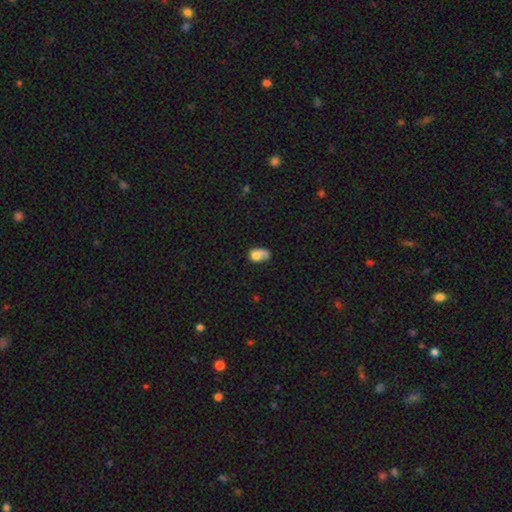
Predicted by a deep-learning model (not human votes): The model was most divided on "merging": major disturbance: 33%, none: 31%, minor disturbance: 25%, merger: 12%. More confident: how rounded — in between (76%); smooth or featured — smooth (60%).